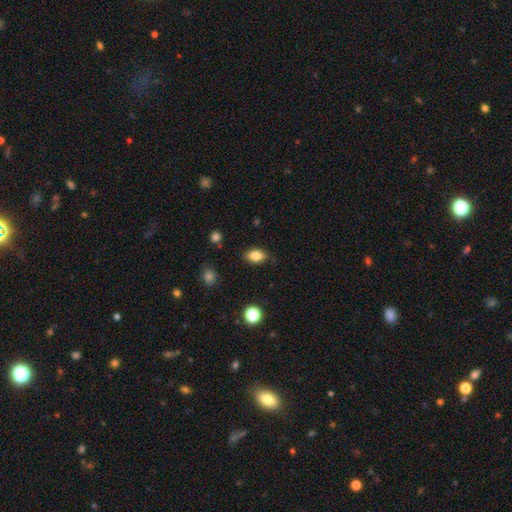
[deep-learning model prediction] The model was most divided on "merging": none: 82%, minor disturbance: 14%, major disturbance: 3%, merger: 1%. More confident: how rounded — in between (84%); smooth or featured — smooth (81%).